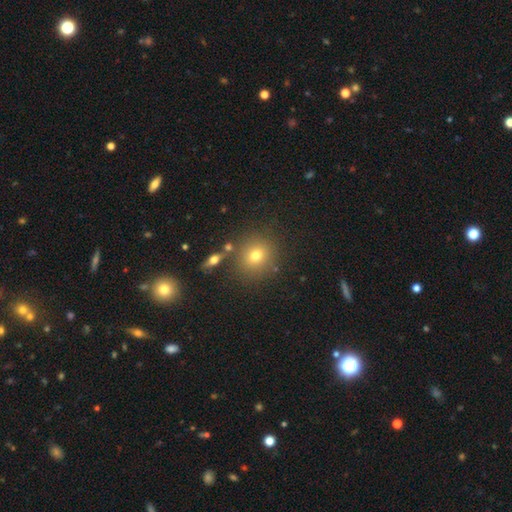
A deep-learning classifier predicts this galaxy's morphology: A smooth galaxy with no disk features (72%) that is round (82%). Merging: none (81%).